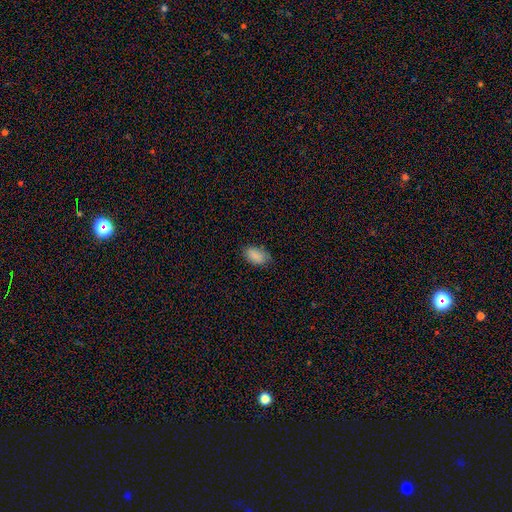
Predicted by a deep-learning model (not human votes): Smooth or featured?
  - smooth: 88% *
  - star or artifact: 8%
  - featured or disk: 4%
How rounded?
  - in between: 92% *
  - round: 6%
  - cigar-shaped: 2%
Merging?
  - none: 77% *
  - minor disturbance: 18%
  - major disturbance: 3%
  - merger: 1%